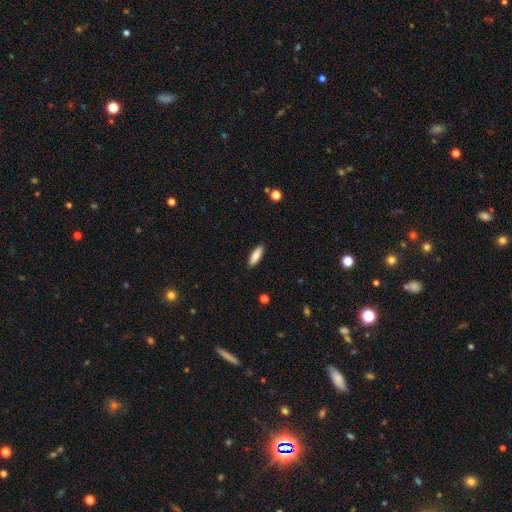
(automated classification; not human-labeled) smooth-or-featured: smooth: 80% | featured or disk: 14% | star or artifact: 6%
  how-rounded: in between: 56% | cigar-shaped: 42% | round: 2%
  merging: none: 90% | minor disturbance: 8% | major disturbance: 2% | merger: 1%